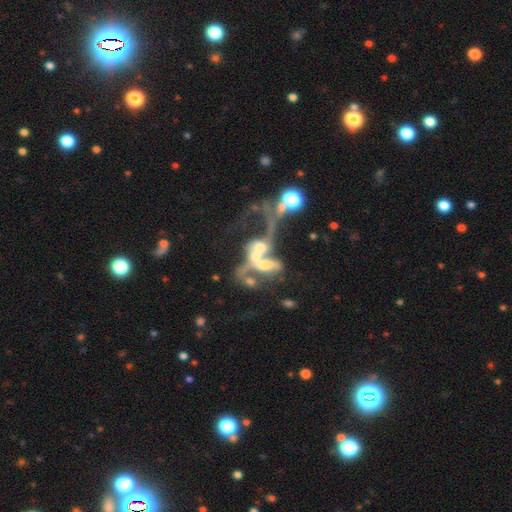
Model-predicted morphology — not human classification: The model was most divided on "bulge size": moderate: 34%, none: 26%, small: 18%, large: 17%, dominant: 5%. More confident: edge-on disk — no (93%); bar — no (75%); merging — merger (71%); spiral arms — no (67%); smooth or featured — featured or disk (59%).